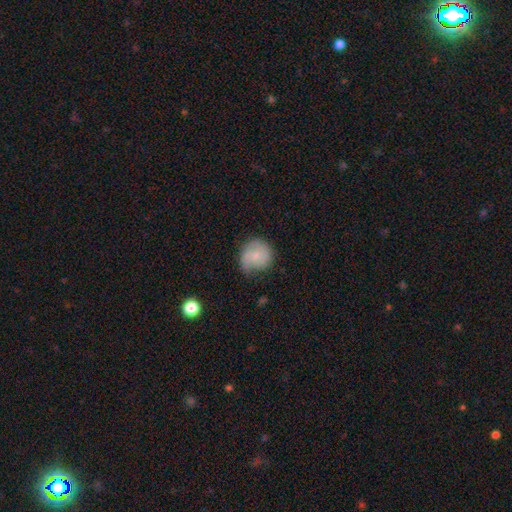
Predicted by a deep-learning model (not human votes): Smooth or featured? Predicted: smooth (p=0.60). How rounded? Predicted: round (p=0.86). Merging? Predicted: none (p=0.54).